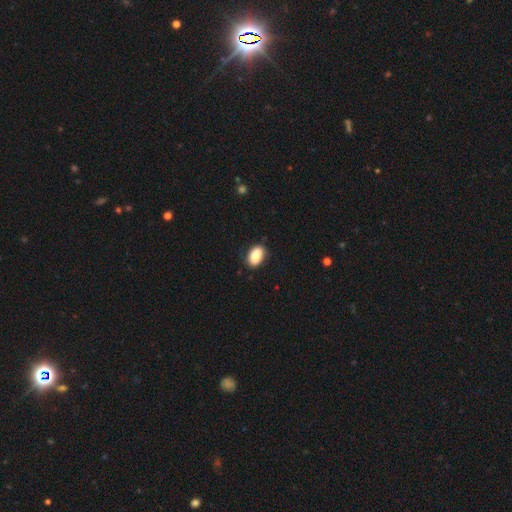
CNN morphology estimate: A smooth galaxy with no disk features (88%) that is in between round and cigar-shaped (91%). Merging: none (85%).